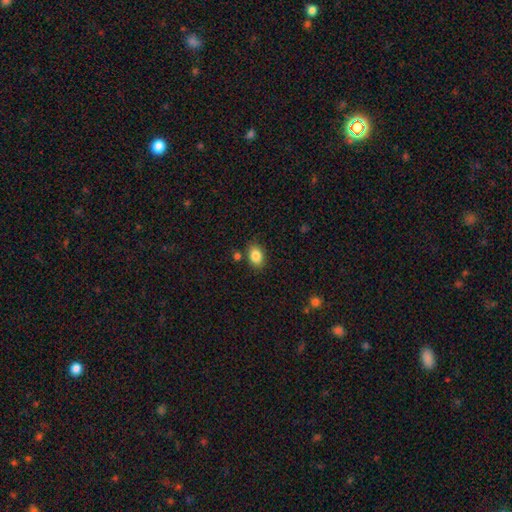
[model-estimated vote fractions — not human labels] smooth 86%, star or artifact 8%, featured or disk 6%. Down the decision tree: how rounded — in between (81%); merging — none (81%).